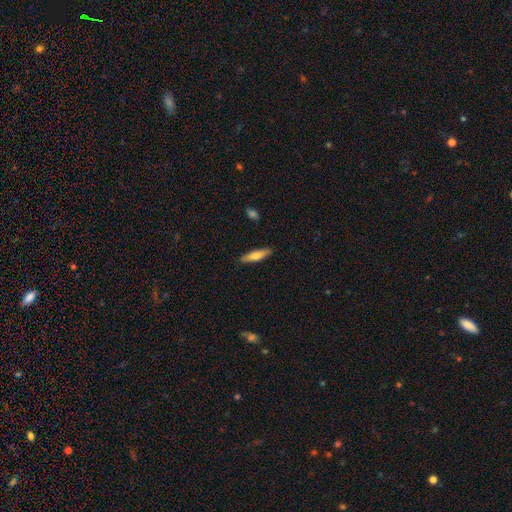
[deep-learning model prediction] smooth-or-featured: smooth: 67% | featured or disk: 27% | star or artifact: 6%
  how-rounded: cigar-shaped: 76% | in between: 23% | round: 2%
  merging: none: 89% | minor disturbance: 8% | major disturbance: 2% | merger: 1%